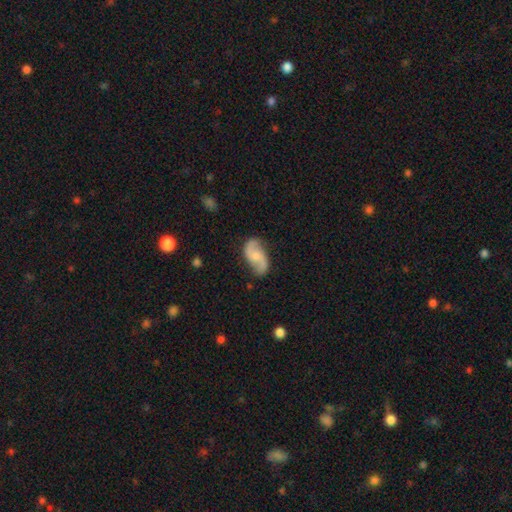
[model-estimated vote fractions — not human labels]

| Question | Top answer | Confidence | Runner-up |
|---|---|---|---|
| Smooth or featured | featured or disk | 75% | smooth (19%) |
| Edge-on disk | no | 97% | yes (3%) |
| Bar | no | 53% | weak (39%) |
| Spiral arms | yes | 95% | no (5%) |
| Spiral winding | loose | 55% | medium (35%) |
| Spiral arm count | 2 | 92% | can't tell (3%) |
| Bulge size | small | 37% | moderate (32%) |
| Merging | none | 76% | minor disturbance (16%) |